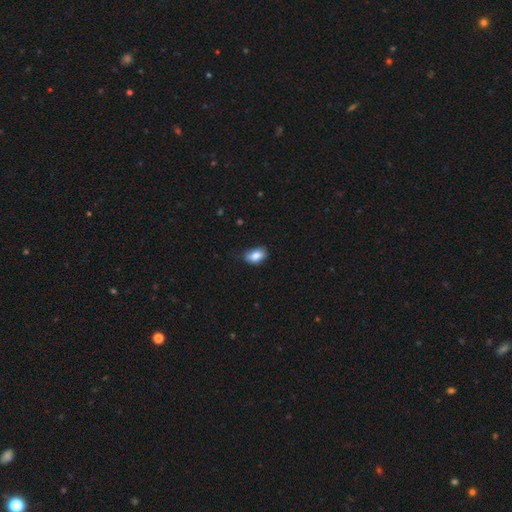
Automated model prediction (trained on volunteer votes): This appears to be a smooth galaxy with no disk features (85%) that is in between round and cigar-shaped (87%). Merging: none (72%).